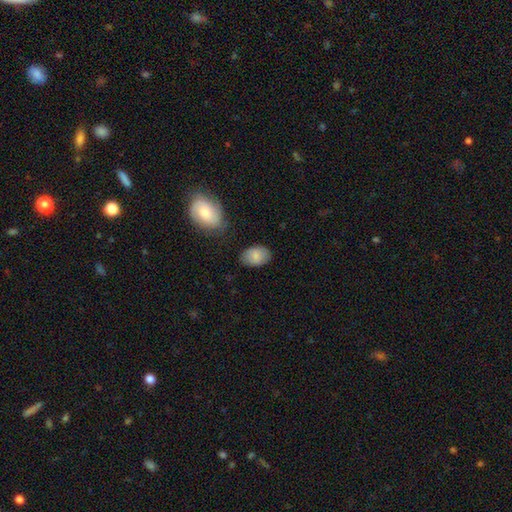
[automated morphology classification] The model was most divided on "merging": none: 77%, minor disturbance: 16%, major disturbance: 4%, merger: 3%. More confident: how rounded — in between (88%); smooth or featured — smooth (85%).